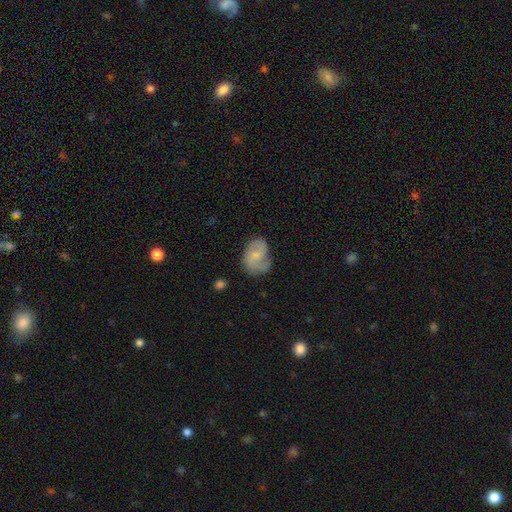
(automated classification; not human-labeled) smooth-or-featured: featured or disk: 48% | smooth: 45% | star or artifact: 7%
  merging: none: 50% | minor disturbance: 31% | major disturbance: 16% | merger: 3%